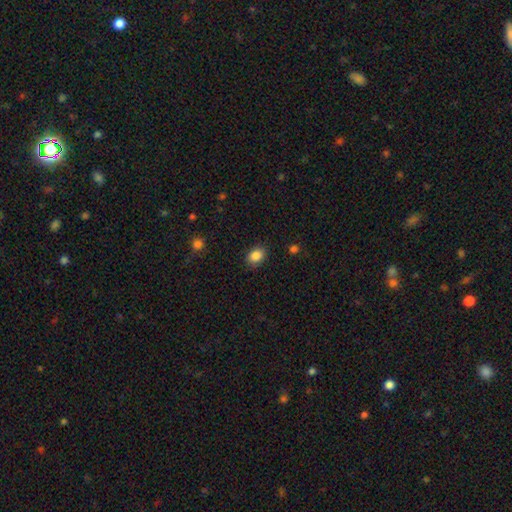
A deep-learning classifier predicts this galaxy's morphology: This appears to be a smooth galaxy with no disk features (87%) that is in between round and cigar-shaped (69%). Merging: none (86%).